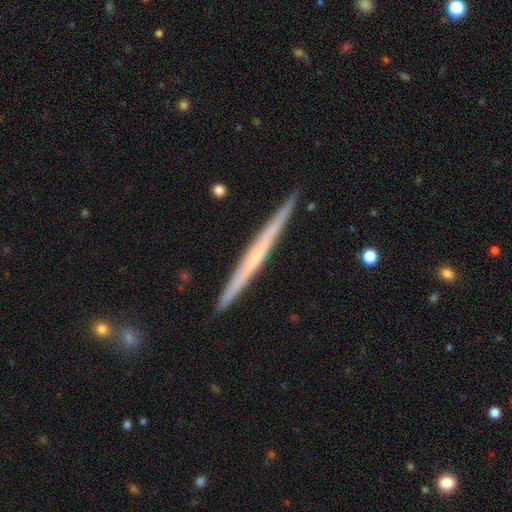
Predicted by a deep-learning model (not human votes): Morphology: type=featured or disk (64%); edge-on=yes (98%); edge-on bulge=none (73%); merging=none (91%).